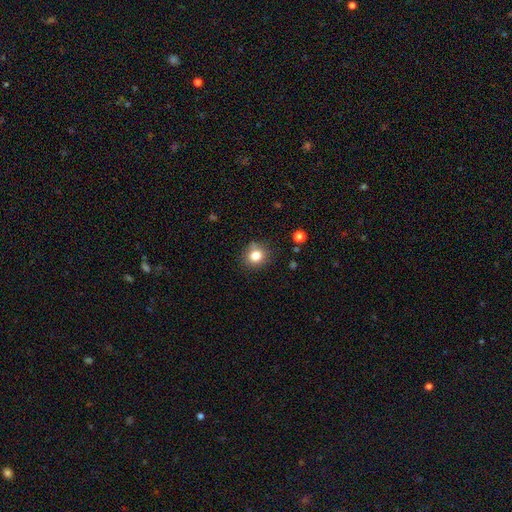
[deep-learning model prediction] Smooth or featured?
  - smooth: 80% *
  - star or artifact: 12%
  - featured or disk: 8%
How rounded?
  - round: 79% *
  - in between: 20%
  - cigar-shaped: 1%
Merging?
  - none: 79% *
  - minor disturbance: 13%
  - merger: 4%
  - major disturbance: 3%